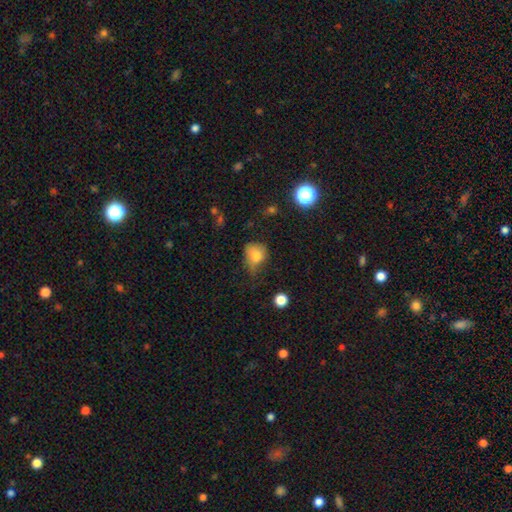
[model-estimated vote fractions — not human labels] Smooth or featured: smooth — 76% (featured or disk — 13%)
How rounded: round — 63% (in between — 36%)
Merging: minor disturbance — 40% (none — 38%)